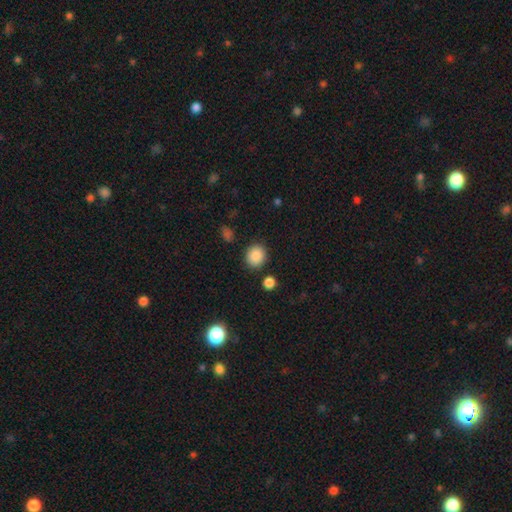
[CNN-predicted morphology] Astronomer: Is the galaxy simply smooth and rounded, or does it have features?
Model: smooth — 87%.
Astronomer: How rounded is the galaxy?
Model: round — 78%.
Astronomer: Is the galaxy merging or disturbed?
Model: none — 87%.